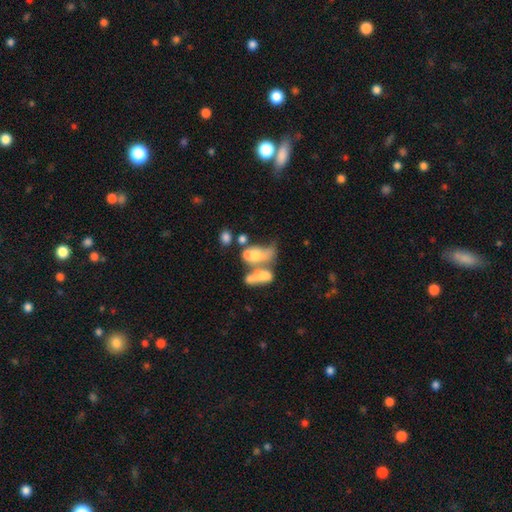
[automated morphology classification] Q: Smooth or featured?
A: smooth (49%); runner-up: featured or disk (39%)
Q: Merging?
A: merger (64%); runner-up: major disturbance (15%)